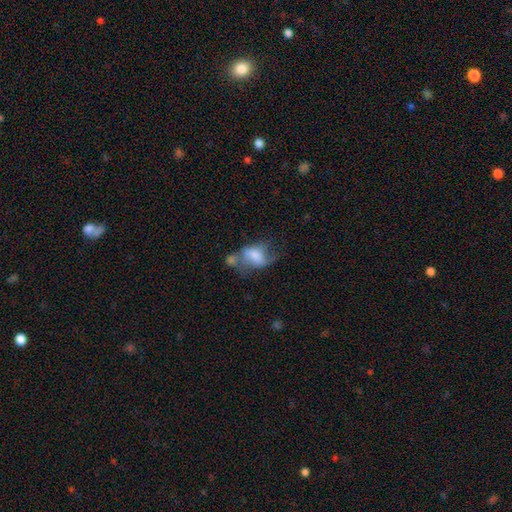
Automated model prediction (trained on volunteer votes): The model was most divided on "merging": merger: 30%, major disturbance: 25%, none: 25%, minor disturbance: 20%. More confident: how rounded — in between (80%); smooth or featured — smooth (51%).